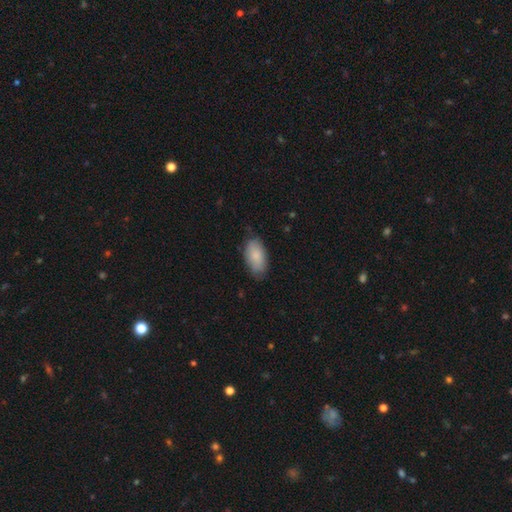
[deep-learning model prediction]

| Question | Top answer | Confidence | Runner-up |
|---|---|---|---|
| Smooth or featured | smooth | 85% | featured or disk (9%) |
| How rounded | in between | 94% | cigar-shaped (4%) |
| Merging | none | 73% | minor disturbance (22%) |